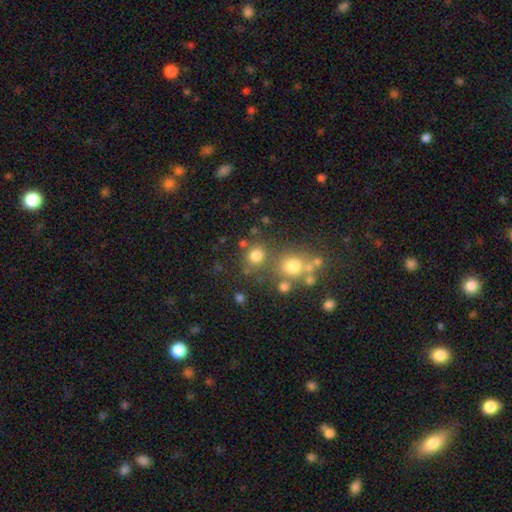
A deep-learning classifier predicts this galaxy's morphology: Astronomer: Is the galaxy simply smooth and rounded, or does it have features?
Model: smooth — 75%.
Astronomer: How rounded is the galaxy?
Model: round — 86%.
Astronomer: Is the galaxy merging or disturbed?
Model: none — 66%.